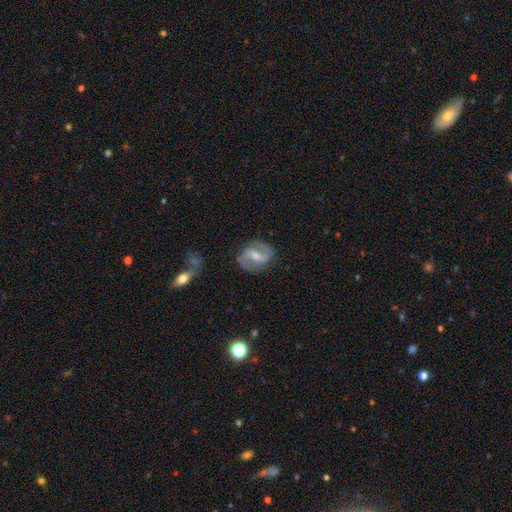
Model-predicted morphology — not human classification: This is clearly a featured or disk galaxy (81%). It is clearly not viewed edge-on (96%). Bar: possibly strong (50%). Spiral arm pattern: clearly yes (89%). Spiral arm count: clearly 2 (90%). Spiral winding: marginally medium (43%). Central bulge: possibly moderate (47%). Merging: clearly none (83%).